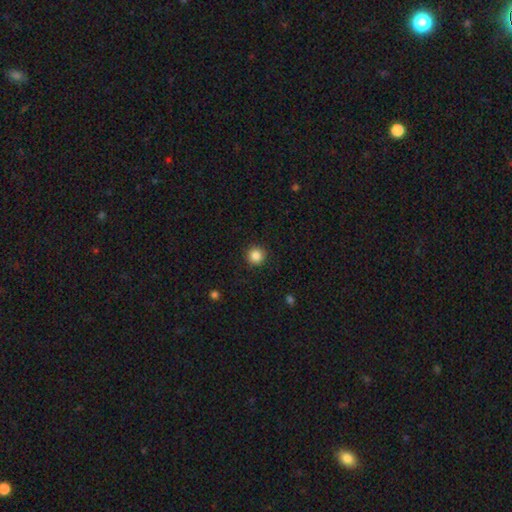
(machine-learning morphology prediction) A smooth galaxy with no disk features (86%) that is round (95%). Merging: none (92%).